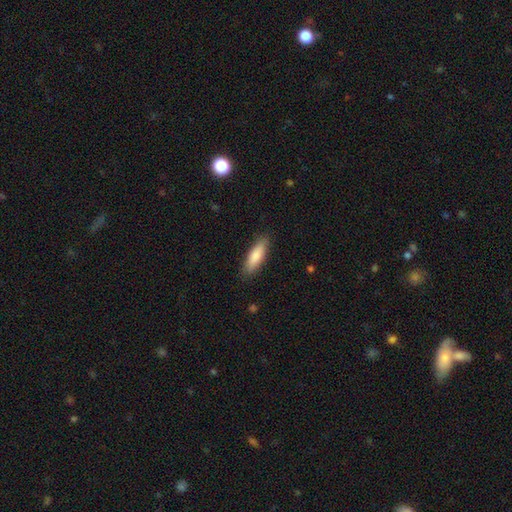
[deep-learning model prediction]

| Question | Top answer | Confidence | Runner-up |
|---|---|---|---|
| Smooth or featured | smooth | 83% | featured or disk (11%) |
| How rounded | cigar-shaped | 56% | in between (43%) |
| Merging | none | 87% | minor disturbance (10%) |